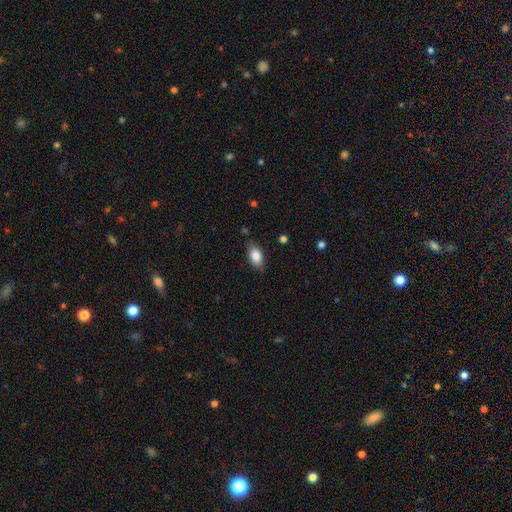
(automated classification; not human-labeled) The model was most divided on "merging": none: 80%, minor disturbance: 15%, major disturbance: 3%, merger: 2%. More confident: how rounded — in between (91%); smooth or featured — smooth (85%).